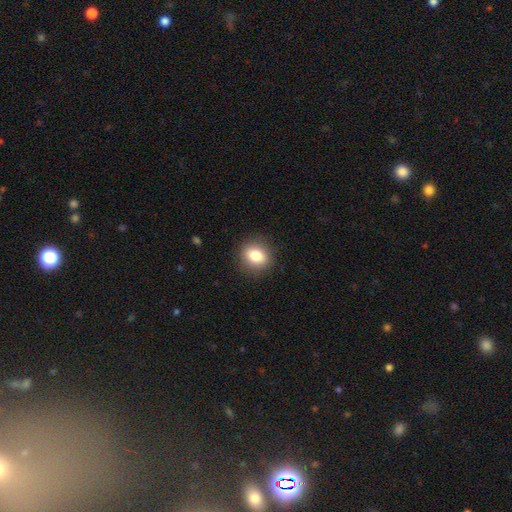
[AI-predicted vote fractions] smooth-or-featured: smooth: 82% | star or artifact: 10% | featured or disk: 8%
  how-rounded: round: 64% | in between: 35% | cigar-shaped: 1%
  merging: none: 89% | minor disturbance: 8% | major disturbance: 2% | merger: 1%